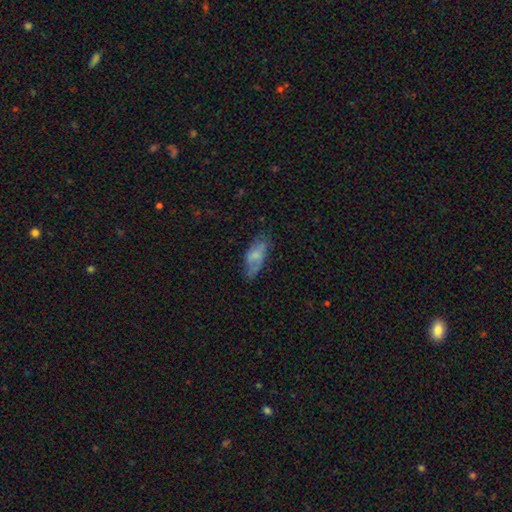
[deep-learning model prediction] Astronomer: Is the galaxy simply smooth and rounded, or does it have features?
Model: smooth — 62%.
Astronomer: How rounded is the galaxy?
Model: in between — 81%.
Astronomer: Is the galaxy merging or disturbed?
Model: none — 60%.